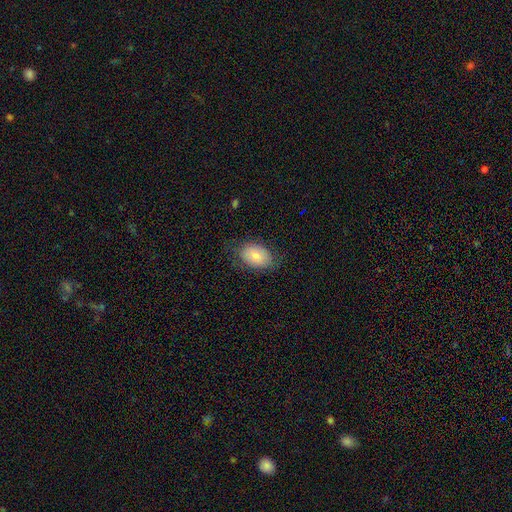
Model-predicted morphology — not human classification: The model was most divided on "merging": none: 73%, minor disturbance: 19%, major disturbance: 7%, merger: 1%. More confident: how rounded — in between (87%); smooth or featured — smooth (81%).